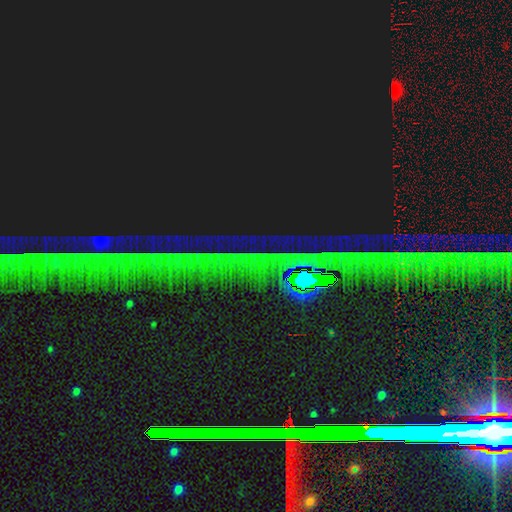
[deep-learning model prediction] This appears to be a star or artifact, not a galaxy (87%).